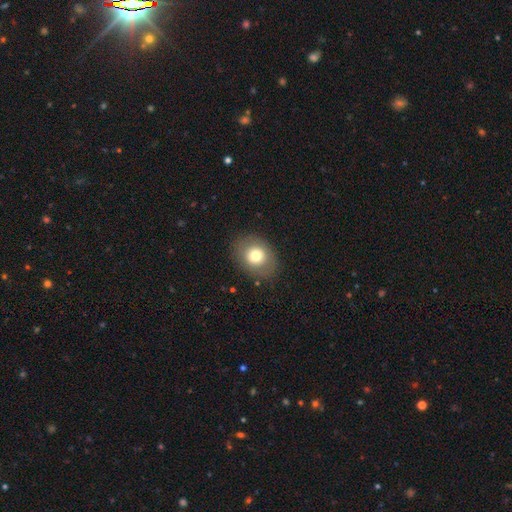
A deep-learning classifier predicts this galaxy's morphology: This is likely a smooth galaxy (74%). How rounded: possibly in between (52%). Merging: clearly none (84%).